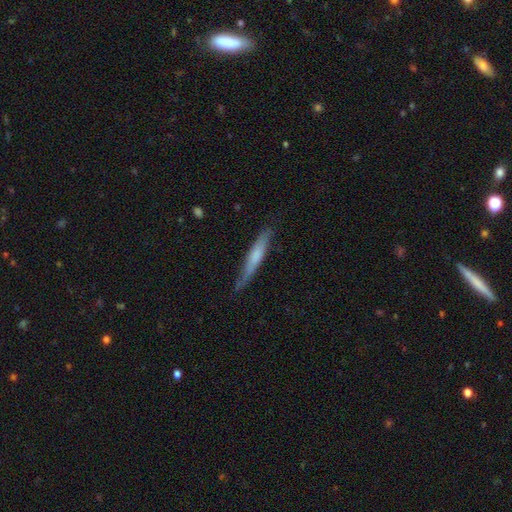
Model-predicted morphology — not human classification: Smooth or featured? smooth (54%)
How rounded? cigar-shaped (93%)
Merging? none (73%)